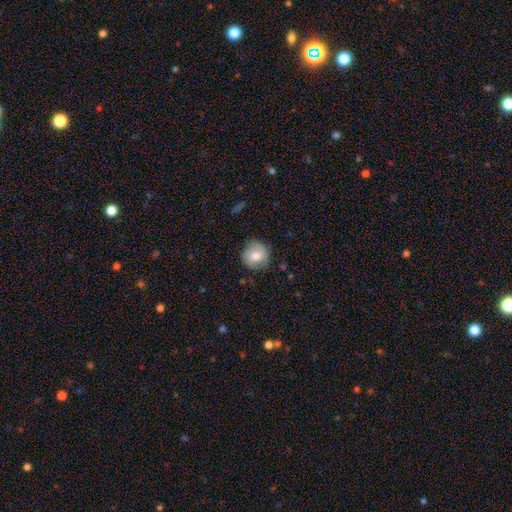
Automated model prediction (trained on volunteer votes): Smooth or featured?
  - smooth: 72% *
  - featured or disk: 20%
  - star or artifact: 8%
How rounded?
  - round: 91% *
  - in between: 8%
  - cigar-shaped: 1%
Merging?
  - none: 82% *
  - minor disturbance: 14%
  - major disturbance: 3%
  - merger: 1%